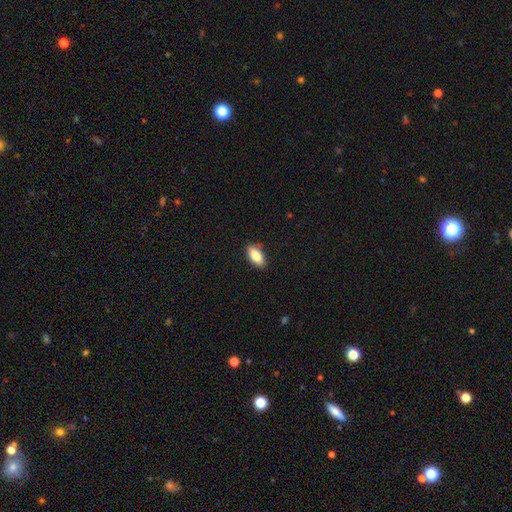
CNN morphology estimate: smooth 83%, featured or disk 11%, star or artifact 7%. Down the decision tree: how rounded — in between (88%); merging — none (86%).